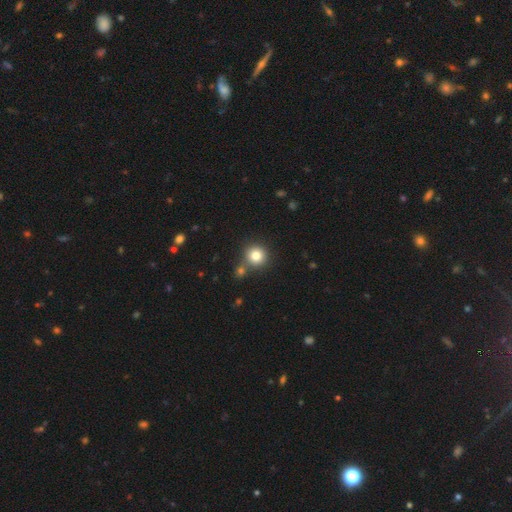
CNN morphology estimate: A smooth galaxy with no disk features (81%) that is round (92%). Merging: none (74%).